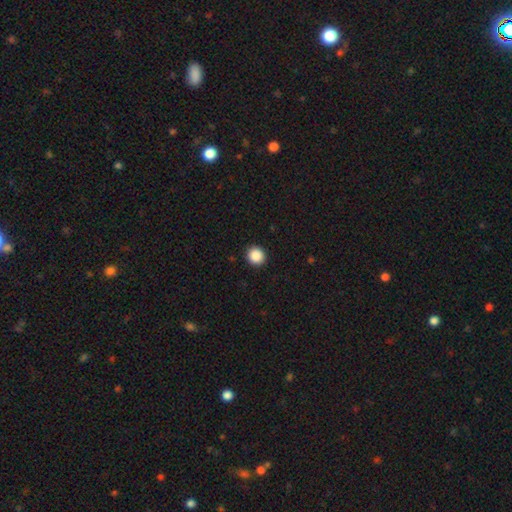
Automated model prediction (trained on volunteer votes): smooth 88%, star or artifact 9%, featured or disk 3%. Down the decision tree: how rounded — round (94%); merging — none (93%).